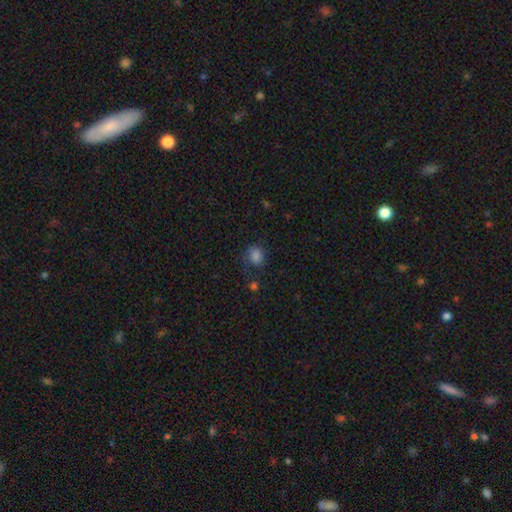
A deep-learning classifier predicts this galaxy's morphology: Overall: smooth (78%). How rounded: round (51%; in between 48%). Merging: none (58%; minor disturbance 24%).